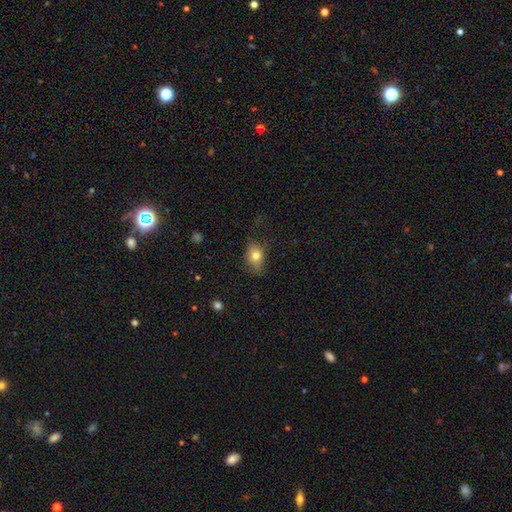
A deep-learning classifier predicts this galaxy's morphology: Smooth or featured?
  - smooth: 74% *
  - featured or disk: 15%
  - star or artifact: 11%
How rounded?
  - in between: 65% *
  - round: 33%
  - cigar-shaped: 2%
Merging?
  - none: 57% *
  - minor disturbance: 28%
  - major disturbance: 13%
  - merger: 2%